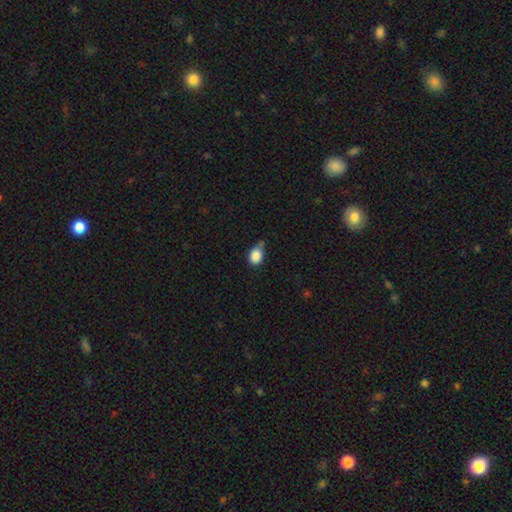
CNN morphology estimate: A smooth galaxy with no disk features (86%) that is round (50%).

Vote fractions:
- Smooth or featured? smooth: 86% / star or artifact: 9% / featured or disk: 5%
- How rounded? round: 50% / in between: 49% / cigar-shaped: 1%
- Merging? none: 47% / minor disturbance: 36% / merger: 9% / major disturbance: 8%